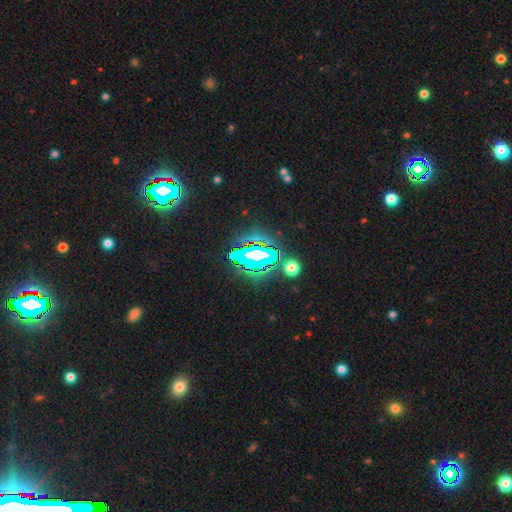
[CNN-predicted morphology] smooth_or_featured: star or artifact (p=0.64) [alt: smooth p=0.19]